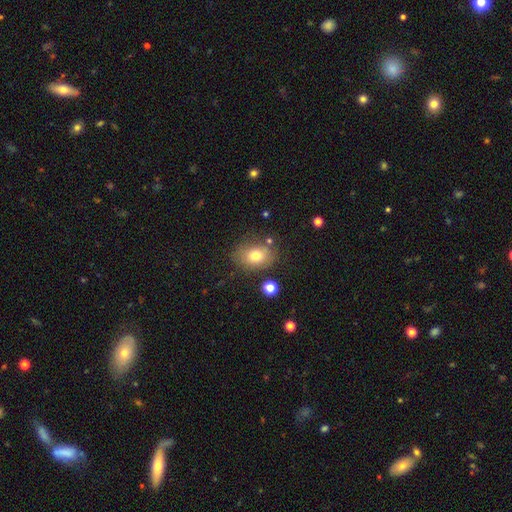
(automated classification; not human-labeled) Smooth or featured?
  - smooth: 75% *
  - featured or disk: 15%
  - star or artifact: 10%
How rounded?
  - in between: 69% *
  - round: 30%
  - cigar-shaped: 1%
Merging?
  - none: 72% *
  - minor disturbance: 17%
  - major disturbance: 5%
  - merger: 5%